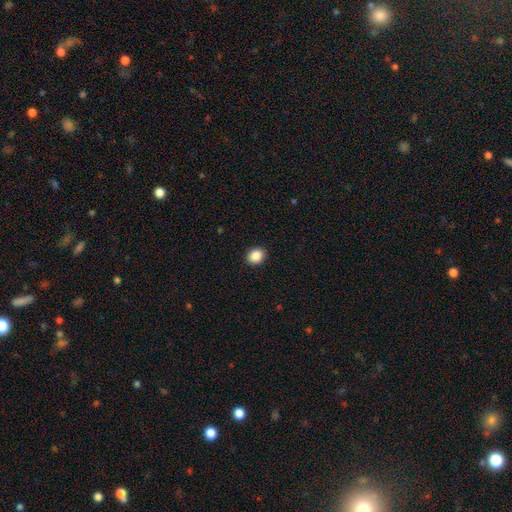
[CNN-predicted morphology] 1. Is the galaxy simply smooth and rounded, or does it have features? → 88% smooth, 9% star or artifact, 3% featured or disk.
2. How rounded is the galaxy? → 64% round, 35% in between, 1% cigar-shaped.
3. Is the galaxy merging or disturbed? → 92% none, 6% minor disturbance, 2% major disturbance, 1% merger.